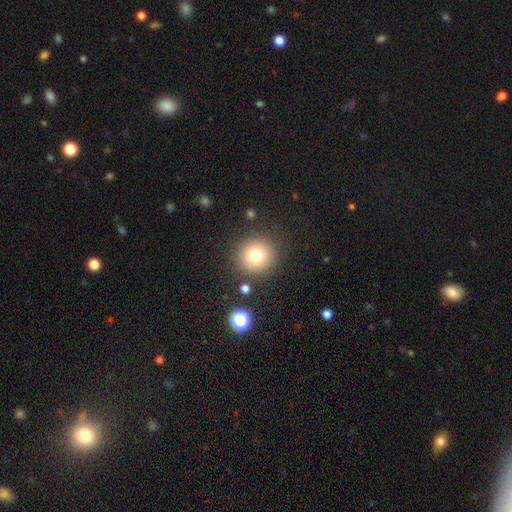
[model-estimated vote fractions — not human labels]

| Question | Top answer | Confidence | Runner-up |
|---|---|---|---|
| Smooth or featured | smooth | 78% | star or artifact (13%) |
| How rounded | round | 94% | in between (5%) |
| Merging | none | 86% | minor disturbance (8%) |